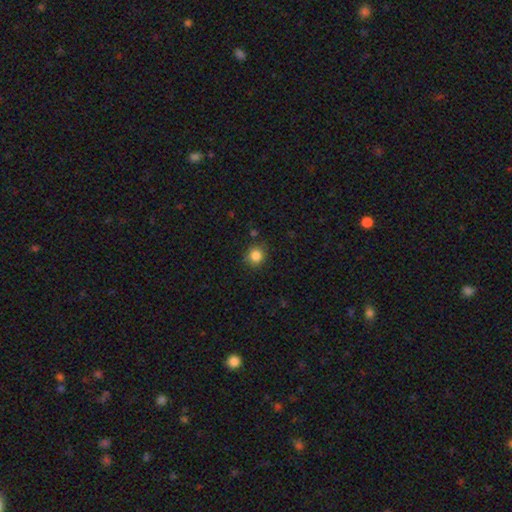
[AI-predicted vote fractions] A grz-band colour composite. It shows a smooth galaxy with no disk features (84%) that is round (88%). Merging: none (86%).